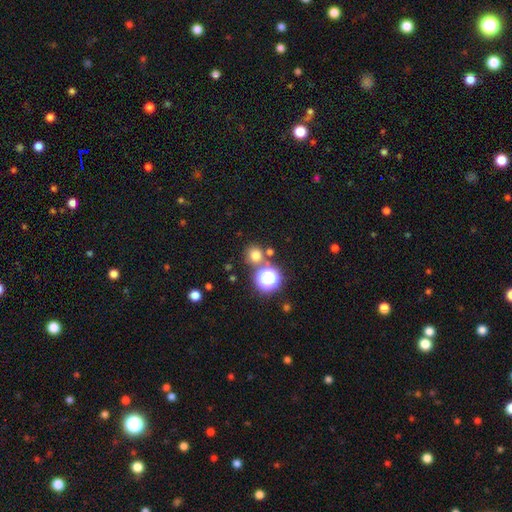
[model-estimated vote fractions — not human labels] Morphology: type=smooth (72%); roundness=round (89%); merging=none (73%).